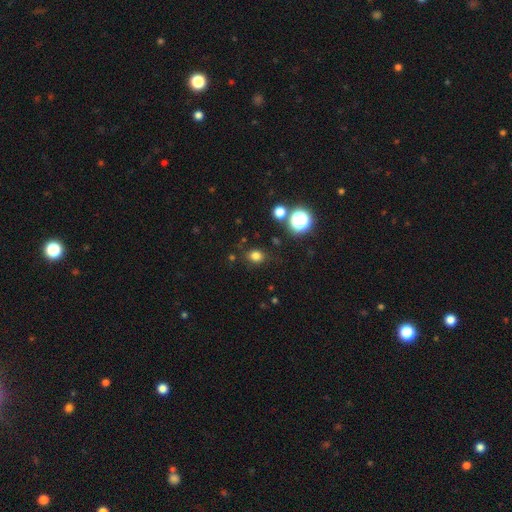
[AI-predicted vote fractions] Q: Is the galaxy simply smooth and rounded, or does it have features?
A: smooth — 77%.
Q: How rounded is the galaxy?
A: round — 61%.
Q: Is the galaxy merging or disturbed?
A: none — 81%.